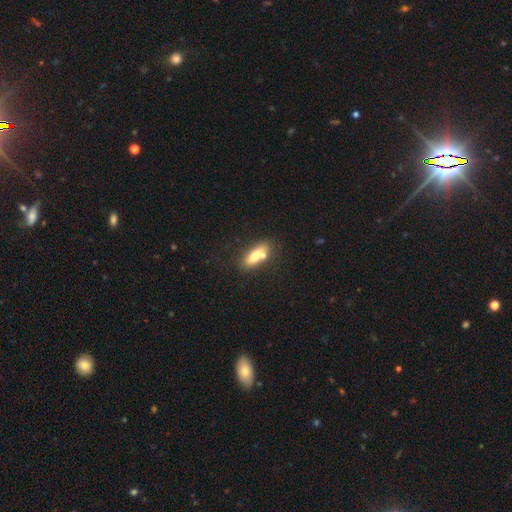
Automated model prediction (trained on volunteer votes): Smooth or featured?
  - smooth: 65% *
  - featured or disk: 27%
  - star or artifact: 8%
How rounded?
  - in between: 74% *
  - cigar-shaped: 21%
  - round: 5%
Merging?
  - none: 53% *
  - merger: 28%
  - minor disturbance: 14%
  - major disturbance: 5%